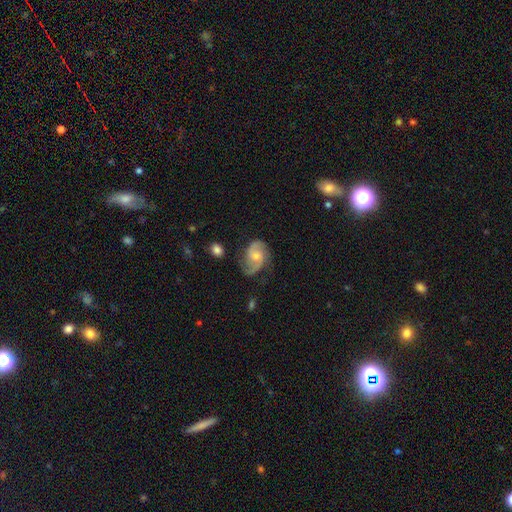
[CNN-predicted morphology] Smooth or featured? featured or disk (83%)
Edge-on disk? no (98%)
Bar? no (59%)
Spiral arms? yes (96%)
Spiral winding? medium (51%)
Spiral arm count? 2 (88%)
Bulge size? moderate (46%)
Merging? none (67%)